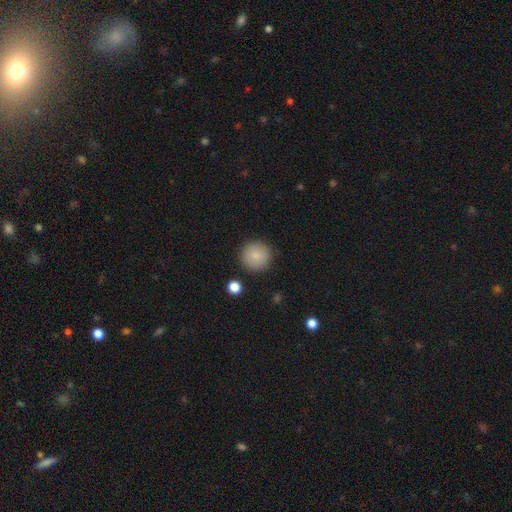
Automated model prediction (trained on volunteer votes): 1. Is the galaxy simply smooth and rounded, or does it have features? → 87% smooth, 8% star or artifact, 5% featured or disk.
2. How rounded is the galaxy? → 95% round, 4% in between, 1% cigar-shaped.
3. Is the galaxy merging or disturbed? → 89% none, 7% minor disturbance, 2% major disturbance, 2% merger.